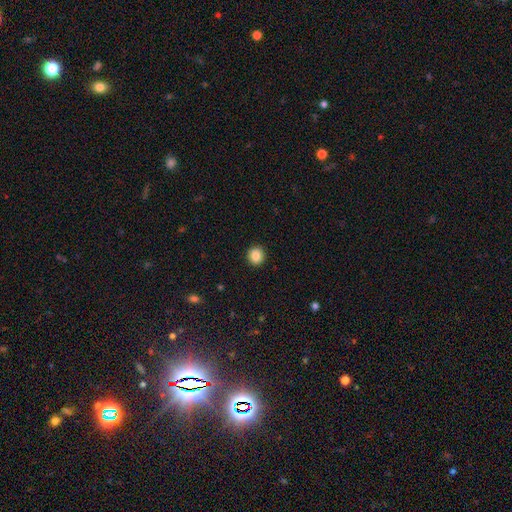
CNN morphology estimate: A smooth galaxy with no disk features (86%) that is round (91%).

Vote fractions:
- Smooth or featured? smooth: 86% / star or artifact: 9% / featured or disk: 4%
- How rounded? round: 91% / in between: 8% / cigar-shaped: 1%
- Merging? none: 92% / minor disturbance: 5% / major disturbance: 2% / merger: 1%